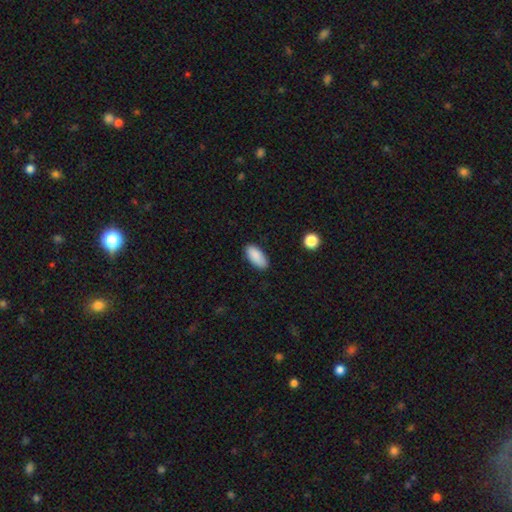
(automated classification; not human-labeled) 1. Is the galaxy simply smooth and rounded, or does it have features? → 89% smooth, 7% star or artifact, 4% featured or disk.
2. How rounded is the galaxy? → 89% in between, 9% cigar-shaped, 2% round.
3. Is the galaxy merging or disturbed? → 86% none, 11% minor disturbance, 2% major disturbance, 1% merger.